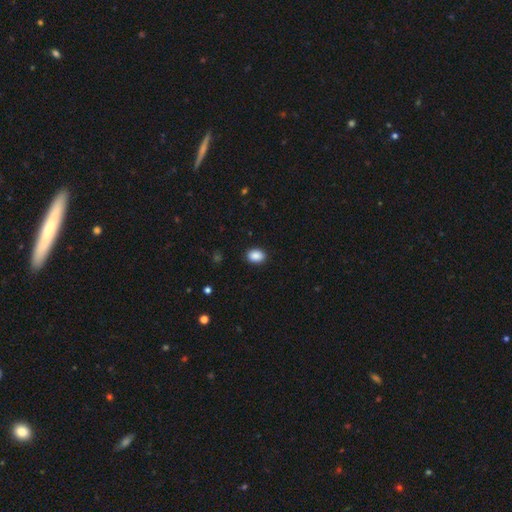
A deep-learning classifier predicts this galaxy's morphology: A smooth galaxy with no disk features (89%) that is in between round and cigar-shaped (75%).

Vote fractions:
- Smooth or featured? smooth: 89% / star or artifact: 8% / featured or disk: 3%
- How rounded? in between: 75% / round: 24% / cigar-shaped: 1%
- Merging? none: 90% / minor disturbance: 7% / major disturbance: 2% / merger: 1%